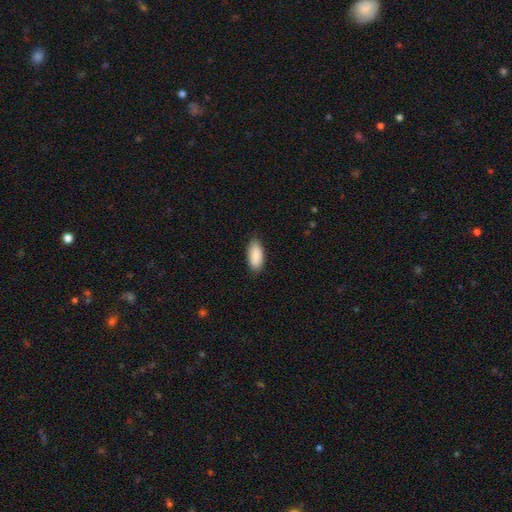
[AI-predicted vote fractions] smooth 90%, star or artifact 6%, featured or disk 4%. Down the decision tree: how rounded — in between (87%); merging — none (84%).